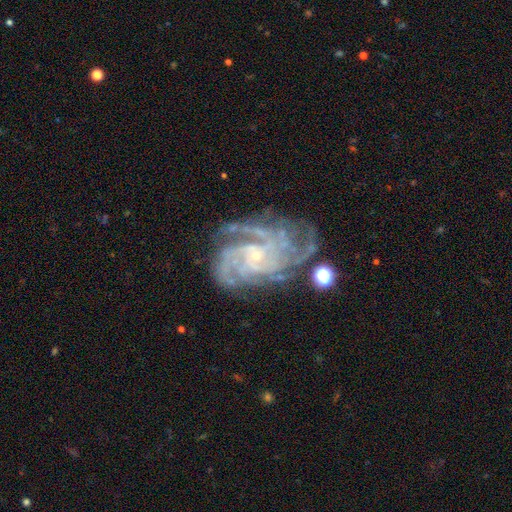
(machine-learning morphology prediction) smooth_or_featured: featured or disk (p=0.90) [alt: star or artifact p=0.06]
disk_edge_on: no (p=0.98) [alt: yes p=0.02]
bar: no (p=0.69) [alt: weak p=0.24]
has_spiral_arms: yes (p=0.98) [alt: no p=0.02]
spiral_winding: tight (p=0.61) [alt: medium p=0.33]
spiral_arm_count: 4 (p=0.35) [alt: more than 4 p=0.19]
bulge_size: small (p=0.86) [alt: moderate p=0.10]
merging: none (p=0.64) [alt: minor disturbance p=0.21]